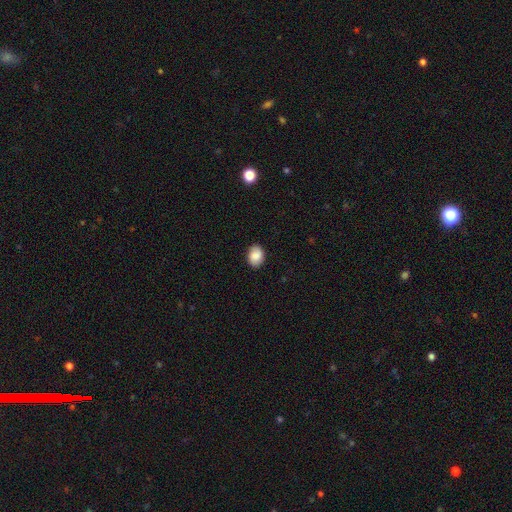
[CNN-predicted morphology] A smooth galaxy with no disk features (85%) that is in between round and cigar-shaped (73%). Merging: none (86%).